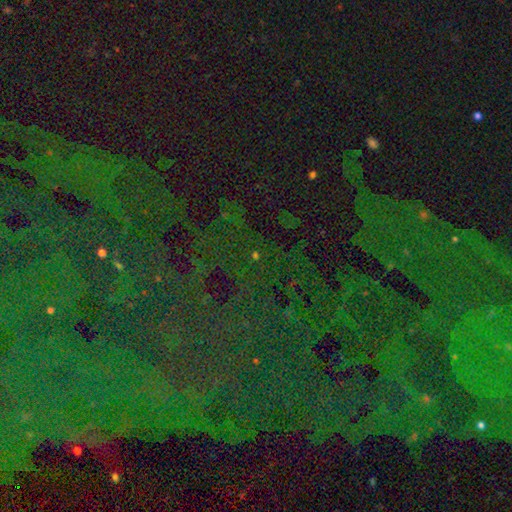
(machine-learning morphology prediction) The model was most divided on "smooth or featured": star or artifact: 78%, smooth: 13%, featured or disk: 8%.